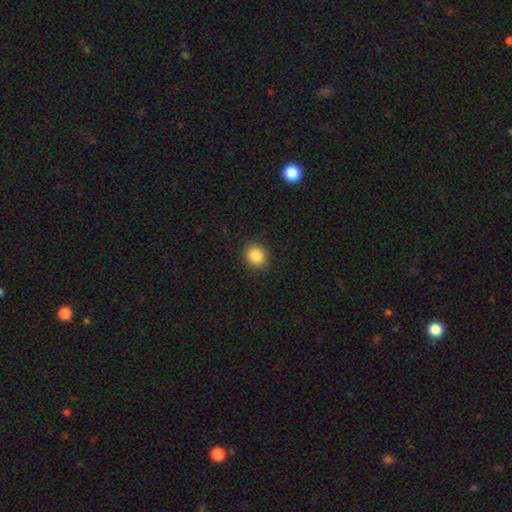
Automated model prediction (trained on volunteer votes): smooth_or_featured: smooth (p=0.87) [alt: star or artifact p=0.09]
how_rounded: round (p=0.73) [alt: in between p=0.26]
merging: none (p=0.89) [alt: minor disturbance p=0.07]